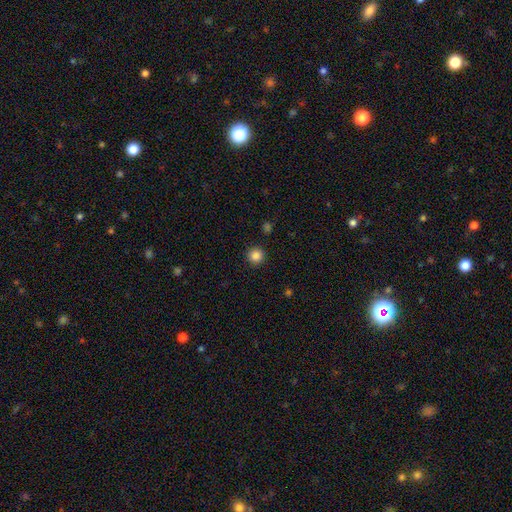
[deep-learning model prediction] smooth 86%, star or artifact 11%, featured or disk 3%. Down the decision tree: how rounded — round (95%); merging — none (92%).